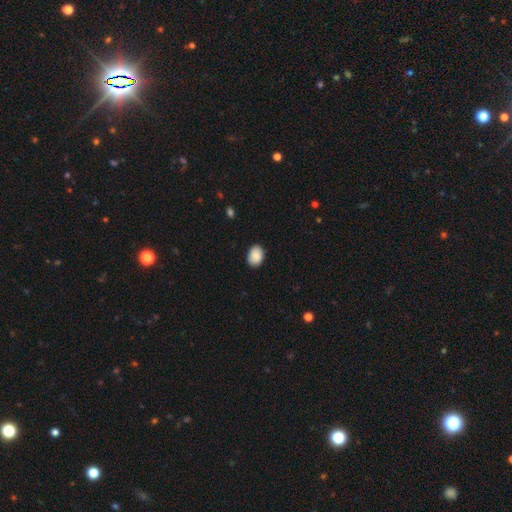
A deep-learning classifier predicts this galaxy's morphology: type=smooth (88%); roundness=in between (71%); merging=none (88%).